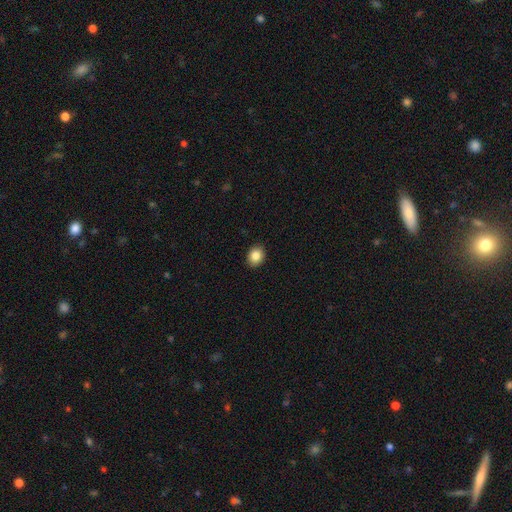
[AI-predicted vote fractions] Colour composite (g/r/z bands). It shows a smooth galaxy with no disk features (86%) that is round (50%). Merging: none (90%).